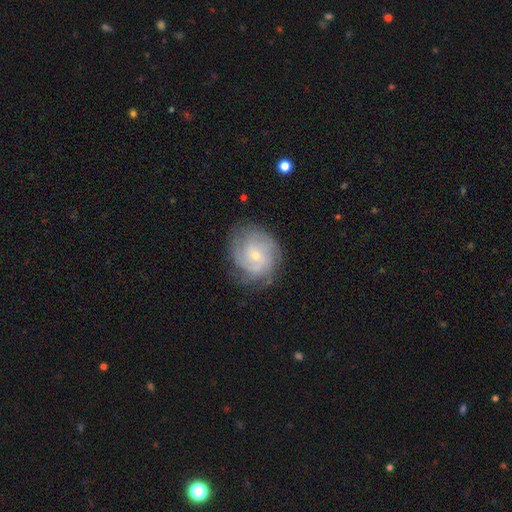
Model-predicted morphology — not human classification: This is likely a featured or disk galaxy (74%). It is clearly not viewed edge-on (98%). Bar: likely no (69%). Spiral arm pattern: clearly yes (92%). Spiral arm count: marginally can't tell (37%). Spiral winding: possibly tight (59%). Central bulge: likely small (73%). Merging: likely none (71%).